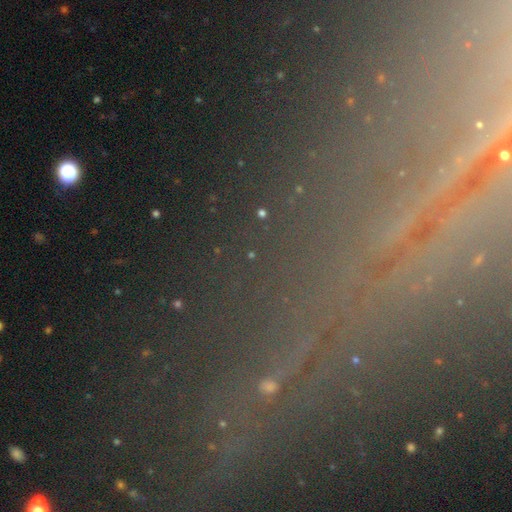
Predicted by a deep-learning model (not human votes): Smooth or featured? star or artifact (69%)